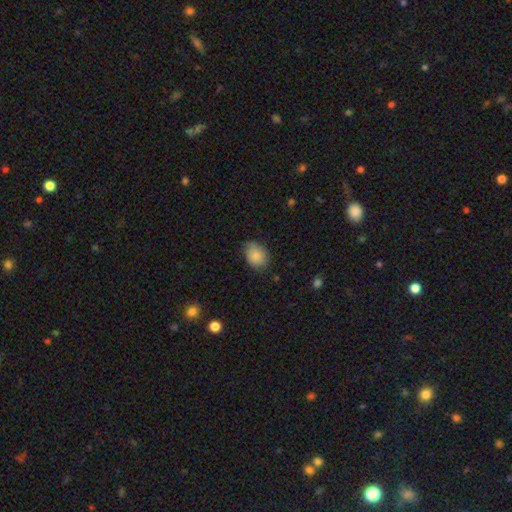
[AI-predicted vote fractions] Smooth or featured? smooth (85%)
How rounded? in between (65%)
Merging? none (68%)